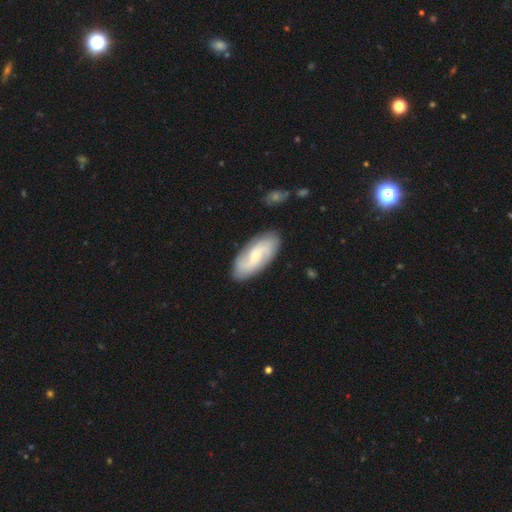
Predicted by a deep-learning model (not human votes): This appears to be a featured or disk galaxy (60%) with no bar (55%), spiral arms (89%) and a small central bulge (61%). Merging: none (85%).